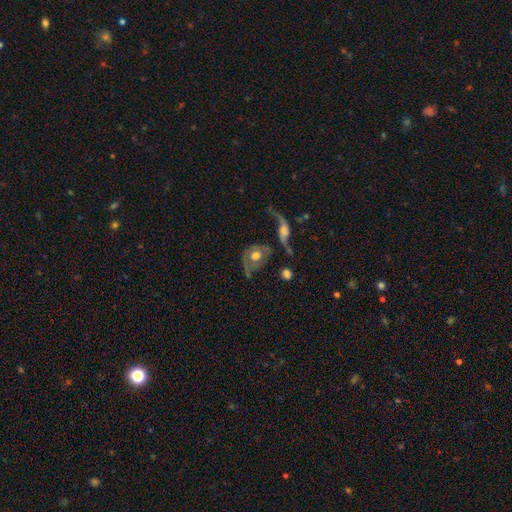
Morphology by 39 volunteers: A featured or disk galaxy (64%) with no bar (79%), no spiral arms (67%) and a moderate central bulge (67%).

Vote fractions:
- Smooth or featured? featured or disk: 64% / smooth: 31% / star or artifact: 5%
- Edge-on disk? no: 96% / yes: 4%
- Bar? no: 79% / weak: 17% / strong: 4%
- Spiral arms? no: 67% / yes: 33%
- Bulge size? moderate: 67% / large: 21% / none: 8% / small: 4% / dominant: 0%
- Merging? major disturbance: 35% / minor disturbance: 32% / none: 16% / merger: 16%